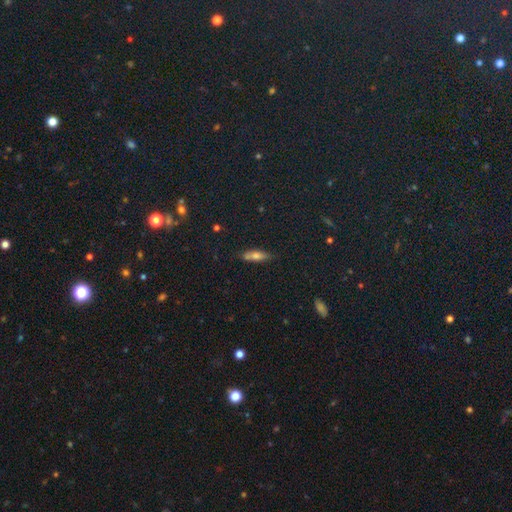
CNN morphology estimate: Q: Smooth or featured?
A: smooth (58%); runner-up: featured or disk (24%)
Q: How rounded?
A: in between (50%); runner-up: cigar-shaped (44%)
Q: Merging?
A: none (73%); runner-up: minor disturbance (15%)